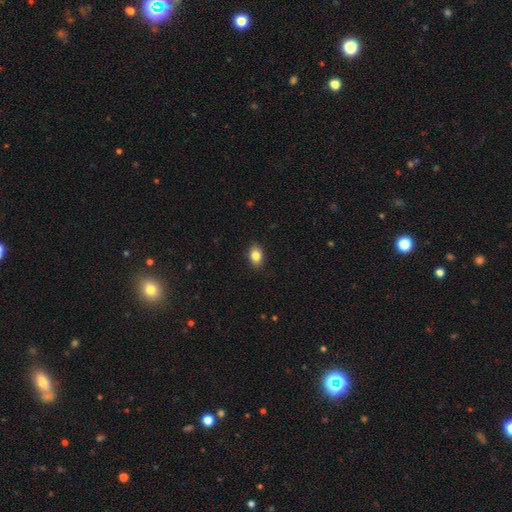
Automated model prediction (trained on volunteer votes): The model was most divided on "how rounded": in between: 82%, round: 16%, cigar-shaped: 2%. More confident: merging — none (88%); smooth or featured — smooth (84%).